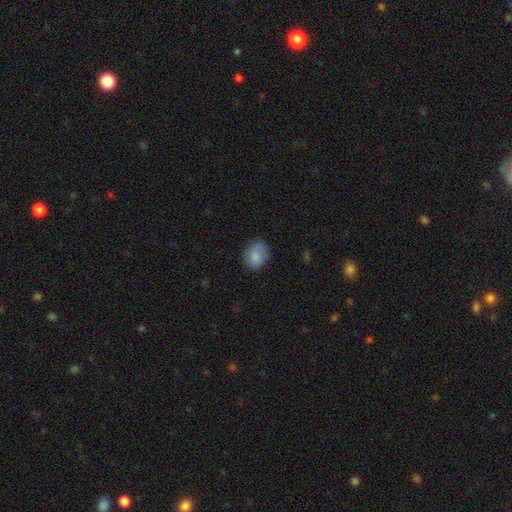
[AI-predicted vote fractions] The model was most divided on "how rounded": in between: 58%, round: 41%, cigar-shaped: 1%. More confident: smooth or featured — smooth (79%); merging — none (75%).